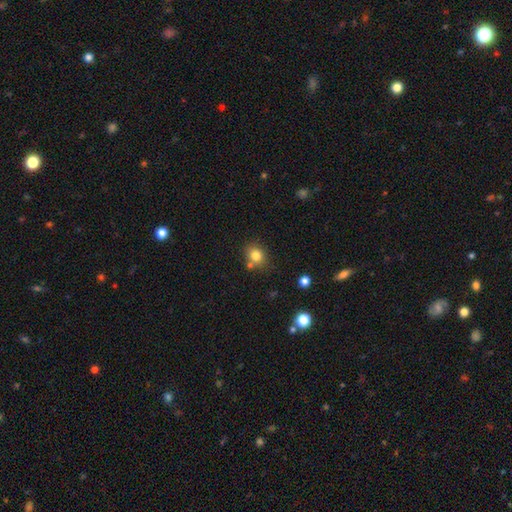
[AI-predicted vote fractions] Smooth or featured? Predicted: smooth (p=0.80). How rounded? Predicted: round (p=0.70). Merging? Predicted: none (p=0.68).